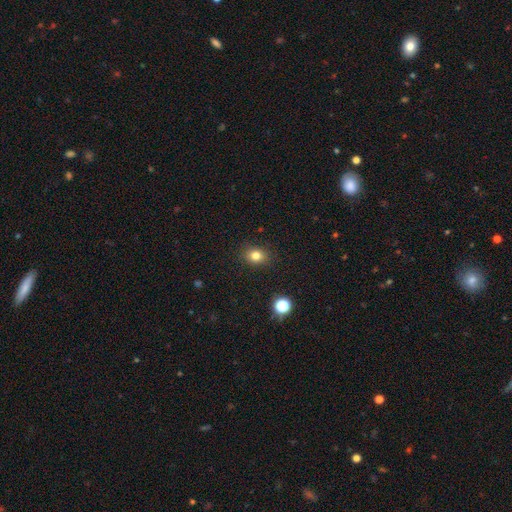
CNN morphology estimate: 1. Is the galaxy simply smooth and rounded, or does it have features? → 81% smooth, 13% star or artifact, 6% featured or disk.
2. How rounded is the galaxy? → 55% round, 44% in between, 1% cigar-shaped.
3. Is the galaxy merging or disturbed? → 88% none, 8% minor disturbance, 2% major disturbance, 1% merger.